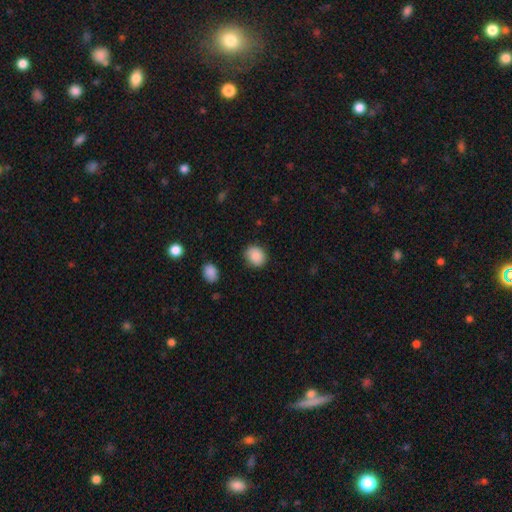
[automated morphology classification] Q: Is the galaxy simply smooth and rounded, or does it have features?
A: smooth — 88%.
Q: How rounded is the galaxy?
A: round — 66%.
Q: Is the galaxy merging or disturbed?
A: none — 84%.